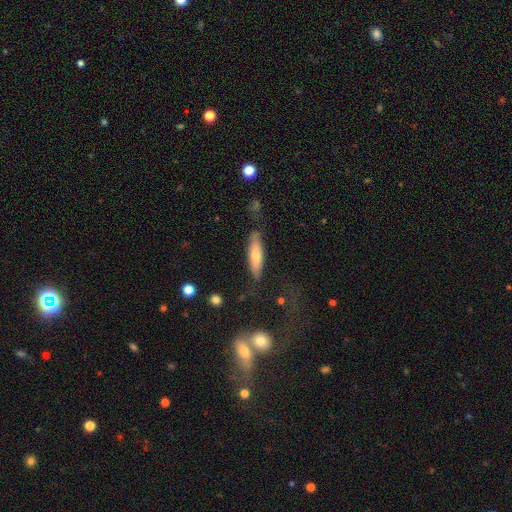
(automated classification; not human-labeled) A smooth galaxy with no disk features (66%) that is cigar-shaped (67%).

Vote fractions:
- Smooth or featured? smooth: 66% / featured or disk: 27% / star or artifact: 6%
- How rounded? cigar-shaped: 67% / in between: 32% / round: 2%
- Merging? none: 74% / minor disturbance: 18% / major disturbance: 5% / merger: 3%